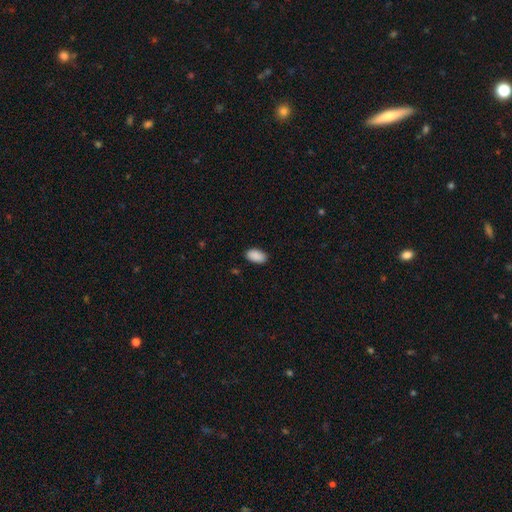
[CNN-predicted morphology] Smooth or featured?
  - smooth: 91% *
  - star or artifact: 7%
  - featured or disk: 3%
How rounded?
  - in between: 94% *
  - round: 4%
  - cigar-shaped: 2%
Merging?
  - none: 88% *
  - minor disturbance: 9%
  - major disturbance: 2%
  - merger: 1%